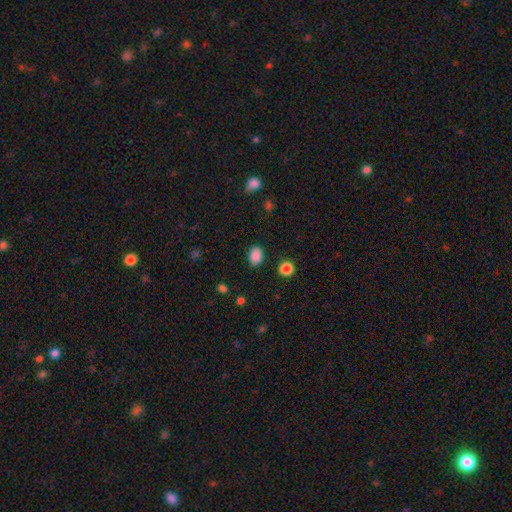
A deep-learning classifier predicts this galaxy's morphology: This appears to be a smooth galaxy with no disk features (87%) that is in between round and cigar-shaped (70%). Merging: none (84%).